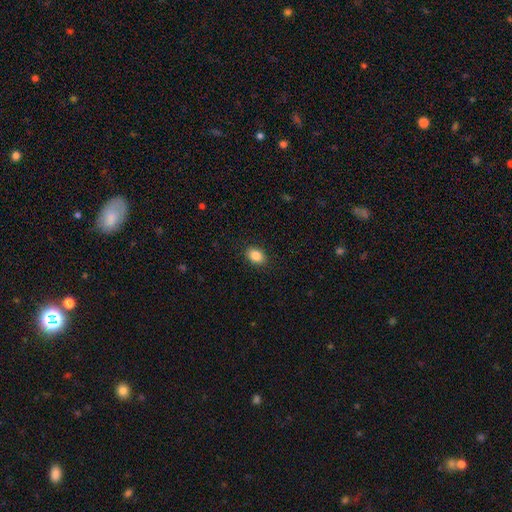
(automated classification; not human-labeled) A smooth galaxy with no disk features (86%) that is in between round and cigar-shaped (73%).

Vote fractions:
- Smooth or featured? smooth: 86% / star or artifact: 9% / featured or disk: 5%
- How rounded? in between: 73% / round: 26% / cigar-shaped: 1%
- Merging? none: 89% / minor disturbance: 7% / major disturbance: 2% / merger: 1%